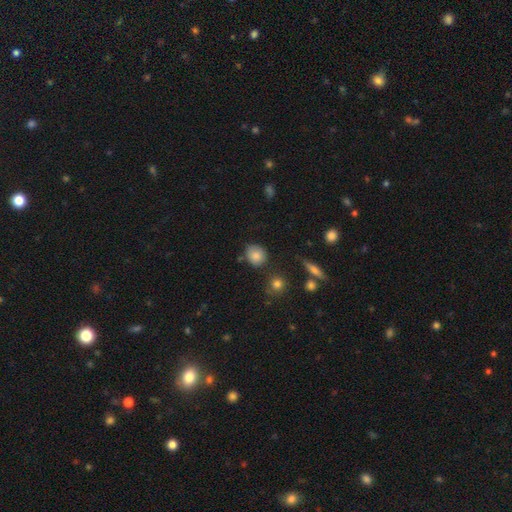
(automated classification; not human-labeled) Morphology: type=smooth (83%); roundness=round (69%); merging=none (73%).